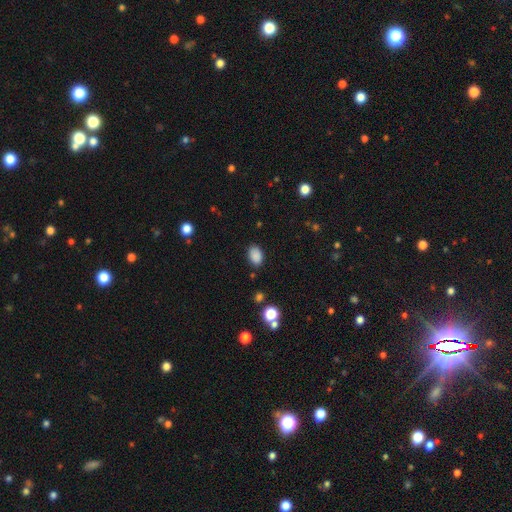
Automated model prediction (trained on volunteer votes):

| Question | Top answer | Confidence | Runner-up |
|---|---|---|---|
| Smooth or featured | smooth | 86% | star or artifact (10%) |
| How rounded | in between | 86% | round (13%) |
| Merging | none | 85% | minor disturbance (11%) |